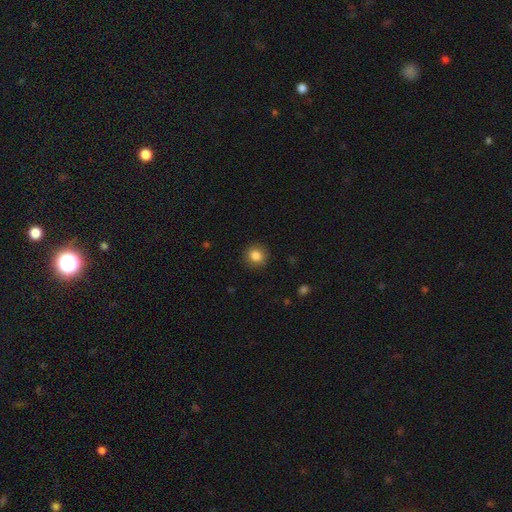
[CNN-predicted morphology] type=smooth (85%); roundness=round (87%); merging=none (90%).